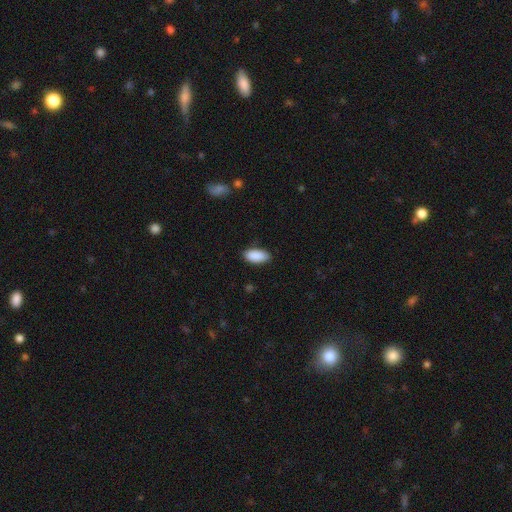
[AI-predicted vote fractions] Morphology: type=smooth (91%); roundness=in between (92%); merging=none (84%).